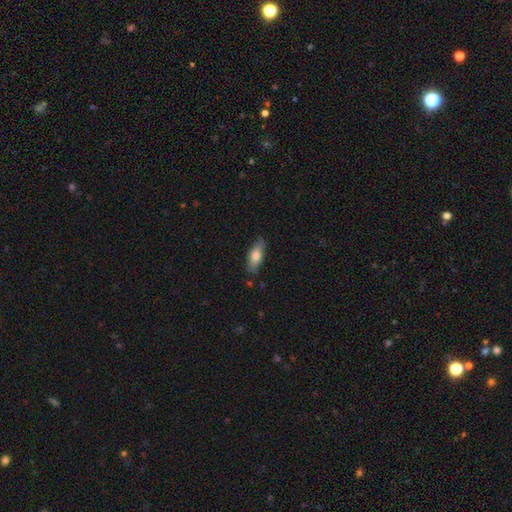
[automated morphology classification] type=smooth (72%); roundness=in between (74%); merging=none (78%).